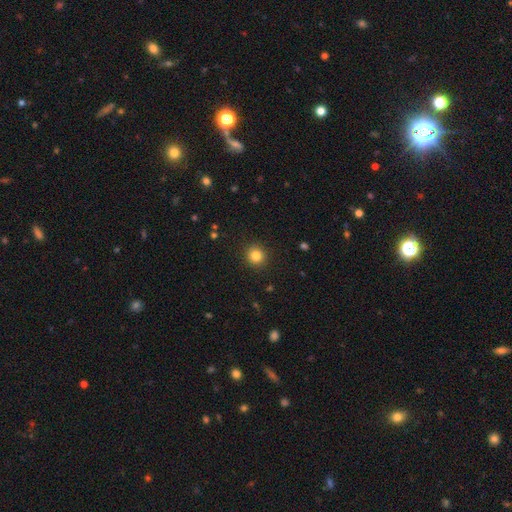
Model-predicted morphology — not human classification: This is clearly a smooth galaxy (83%). How rounded: clearly round (92%). Merging: clearly none (91%).